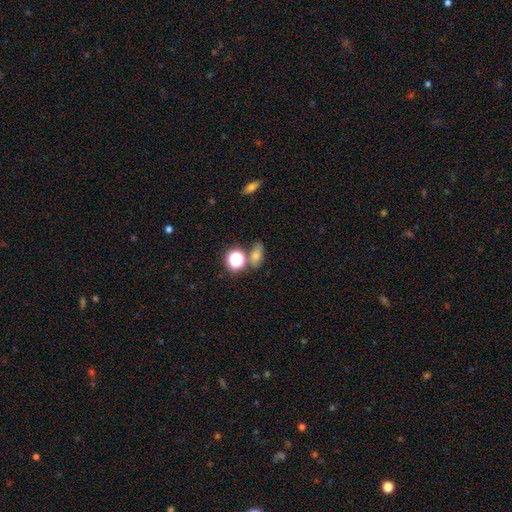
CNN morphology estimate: Q: Smooth or featured?
A: smooth (51%); runner-up: star or artifact (35%)
Q: How rounded?
A: in between (49%); runner-up: round (45%)
Q: Merging?
A: none (65%); runner-up: merger (18%)